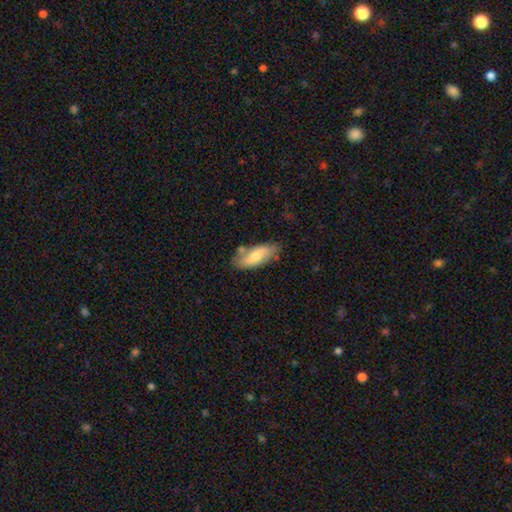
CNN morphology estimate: Smooth or featured?
  - smooth: 65% *
  - featured or disk: 29%
  - star or artifact: 6%
How rounded?
  - in between: 79% *
  - cigar-shaped: 19%
  - round: 3%
Merging?
  - none: 71% *
  - minor disturbance: 18%
  - merger: 7%
  - major disturbance: 4%